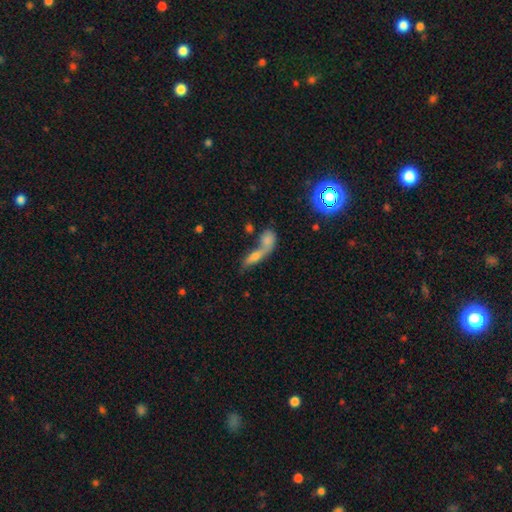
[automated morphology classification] smooth-or-featured: smooth: 54% | featured or disk: 30% | star or artifact: 16%
  how-rounded: in between: 49% | cigar-shaped: 40% | round: 11%
  merging: merger: 64% | none: 22% | minor disturbance: 7% | major disturbance: 6%